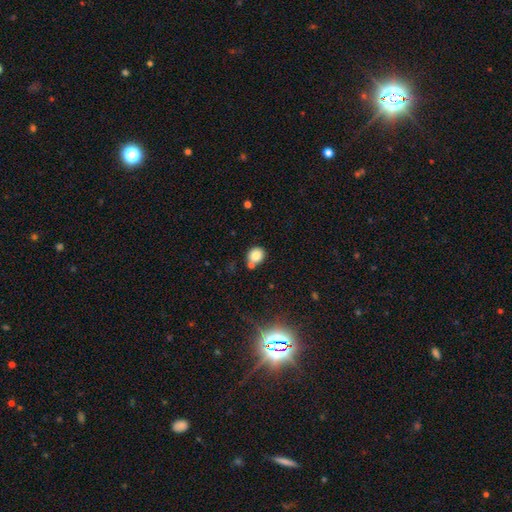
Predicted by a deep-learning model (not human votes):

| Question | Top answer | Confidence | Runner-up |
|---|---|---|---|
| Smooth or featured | smooth | 82% | star or artifact (11%) |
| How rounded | round | 75% | in between (24%) |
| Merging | none | 67% | merger (18%) |